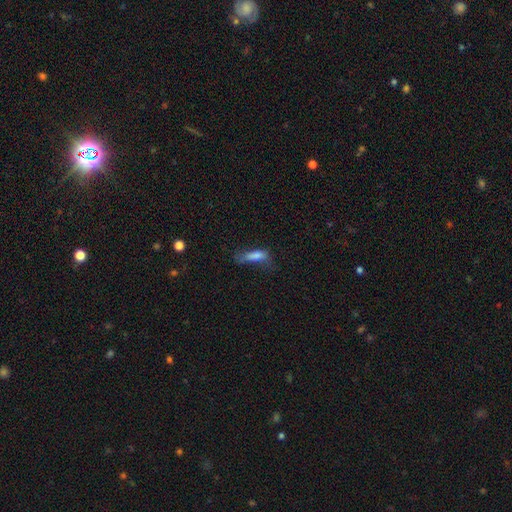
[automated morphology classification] type=smooth (72%); roundness=cigar-shaped (51%); merging=none (35%).